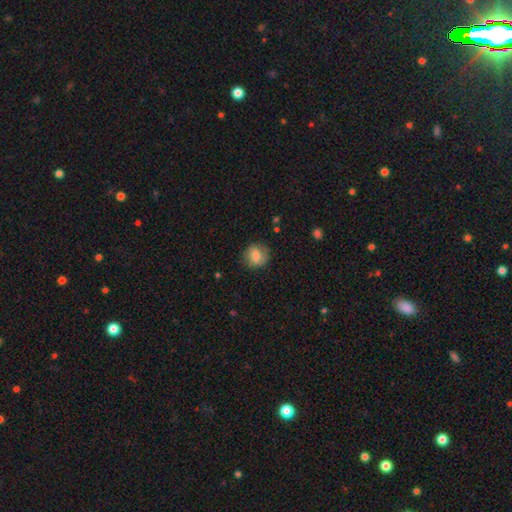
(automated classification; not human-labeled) A smooth galaxy with no disk features (73%) that is round (83%).

Vote fractions:
- Smooth or featured? smooth: 73% / featured or disk: 18% / star or artifact: 9%
- How rounded? round: 83% / in between: 16% / cigar-shaped: 1%
- Merging? none: 81% / minor disturbance: 14% / major disturbance: 4% / merger: 1%